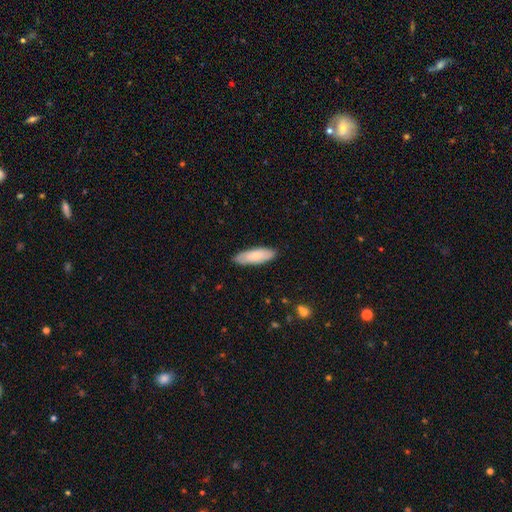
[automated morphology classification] This is likely a smooth galaxy (76%). How rounded: possibly in between (59%). Merging: clearly none (85%).